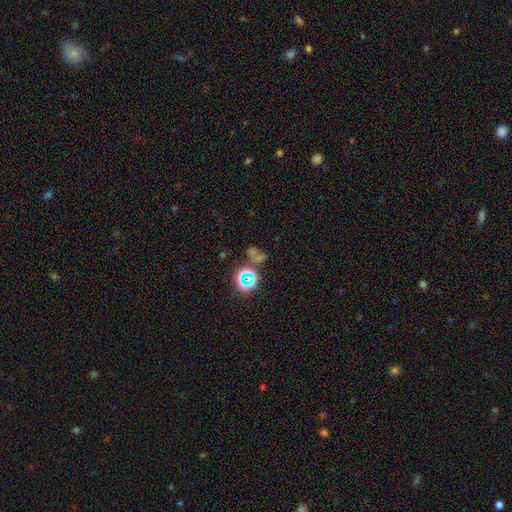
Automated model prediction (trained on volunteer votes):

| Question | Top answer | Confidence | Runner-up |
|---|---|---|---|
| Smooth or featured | star or artifact | 54% | smooth (33%) |